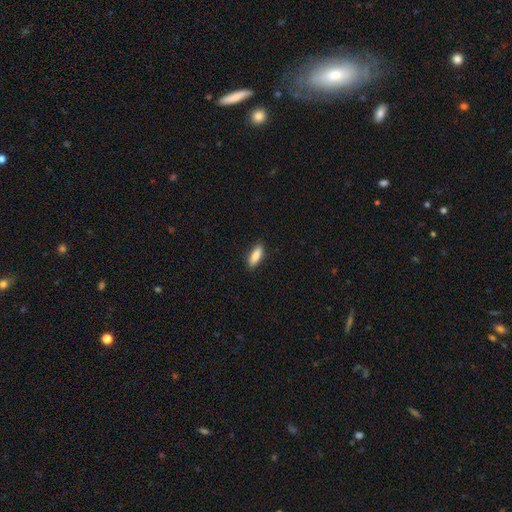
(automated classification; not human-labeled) A smooth galaxy with no disk features (85%) that is in between round and cigar-shaped (67%). Merging: none (89%).